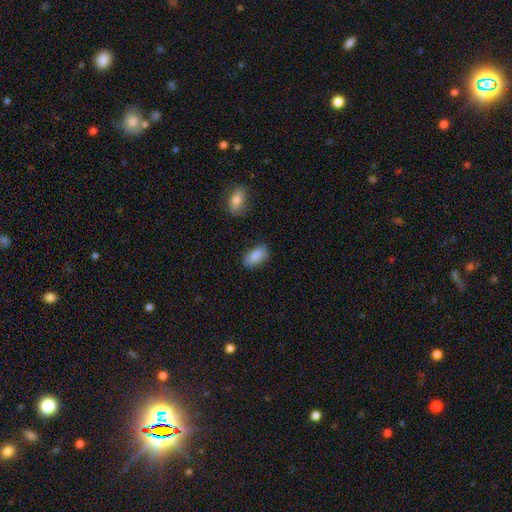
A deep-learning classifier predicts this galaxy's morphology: smooth-or-featured: smooth: 88% | star or artifact: 7% | featured or disk: 5%
  how-rounded: in between: 93% | round: 4% | cigar-shaped: 3%
  merging: none: 78% | minor disturbance: 16% | major disturbance: 3% | merger: 2%